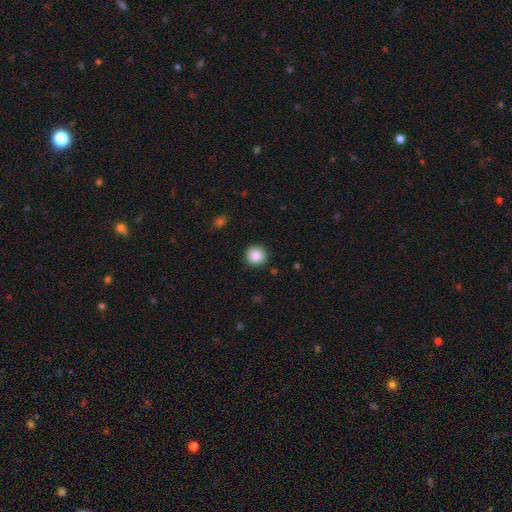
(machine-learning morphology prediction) This is clearly a smooth galaxy (87%). How rounded: clearly round (94%). Merging: clearly none (91%).